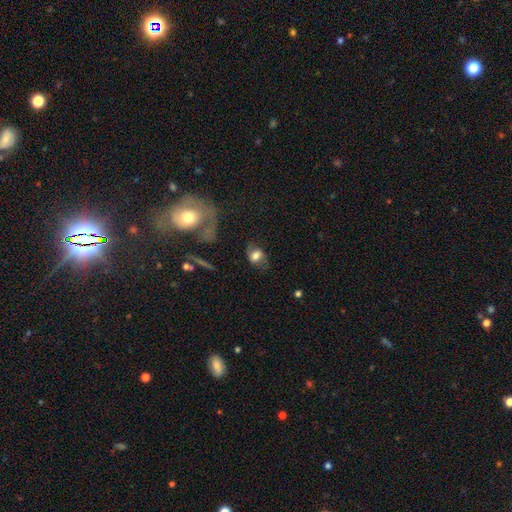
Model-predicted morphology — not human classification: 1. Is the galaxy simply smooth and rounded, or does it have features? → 59% smooth, 32% featured or disk, 9% star or artifact.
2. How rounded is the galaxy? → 67% in between, 31% round, 2% cigar-shaped.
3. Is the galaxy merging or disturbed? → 54% none, 25% minor disturbance, 17% major disturbance, 4% merger.